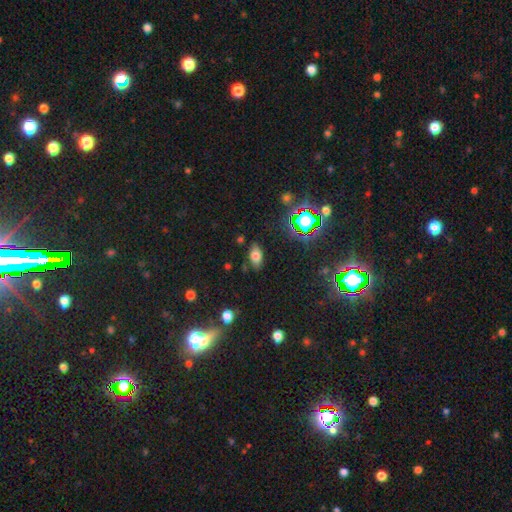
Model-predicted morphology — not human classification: A smooth galaxy with no disk features (73%) that is in between round and cigar-shaped (90%). Merging: none (82%).